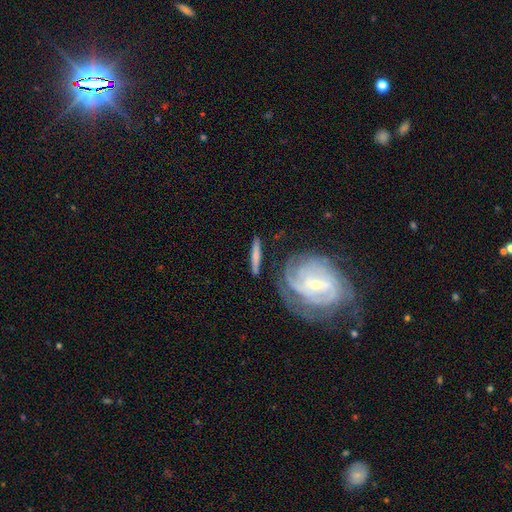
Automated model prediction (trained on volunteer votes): This appears to be a smooth galaxy with no disk features (58%) that is cigar-shaped (89%). Merging: none (79%).